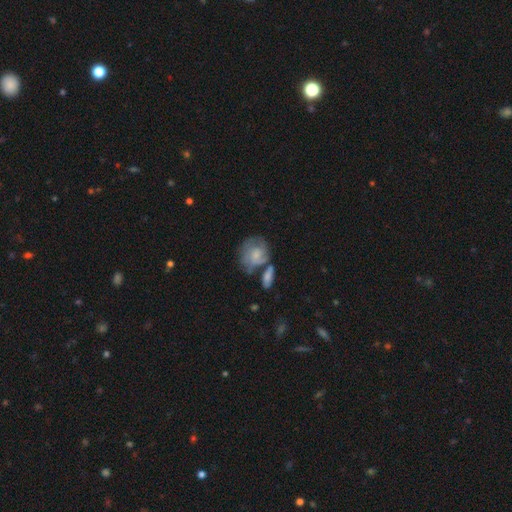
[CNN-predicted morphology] A smooth galaxy with no disk features (47%). Merging: none (41%).